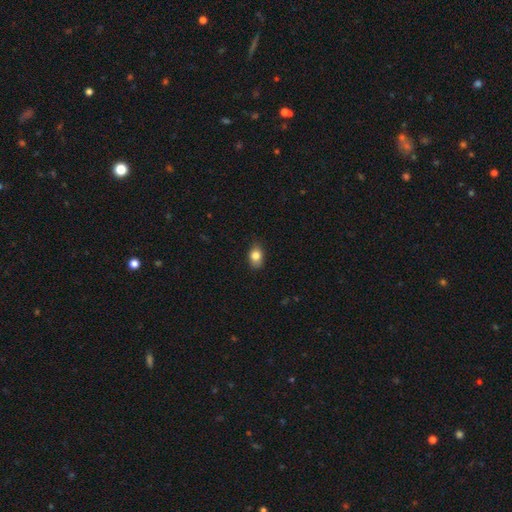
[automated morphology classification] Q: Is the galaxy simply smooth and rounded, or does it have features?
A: smooth — 82%.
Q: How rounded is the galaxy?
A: in between — 79%.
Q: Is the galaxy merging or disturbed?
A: none — 82%.